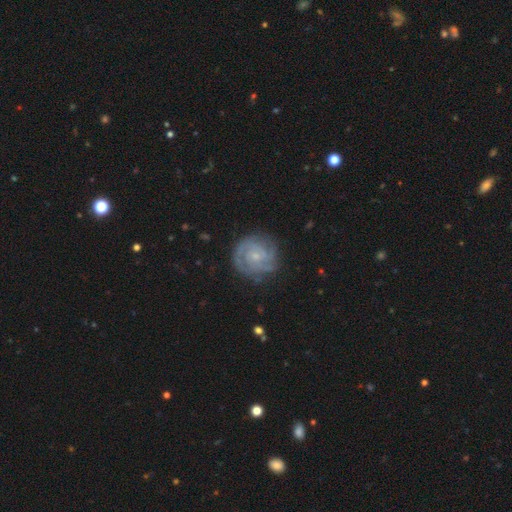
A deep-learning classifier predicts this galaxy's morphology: smooth-or-featured: featured or disk: 84% | smooth: 10% | star or artifact: 6%
  disk-edge-on: no: 98% | yes: 2%
    bar: no: 71% | weak: 25% | strong: 4%
    has-spiral-arms: yes: 96% | no: 4%
      spiral-winding: tight: 70% | medium: 25% | loose: 5%
      spiral-arm-count: 2: 32% | 3: 29% | can't tell: 20% | 4: 8% | 1: 5% | more than 4: 5%
    bulge-size: small: 74% | moderate: 19% | none: 5% | large: 1% | dominant: 1%
  merging: none: 80% | minor disturbance: 14% | major disturbance: 5% | merger: 1%